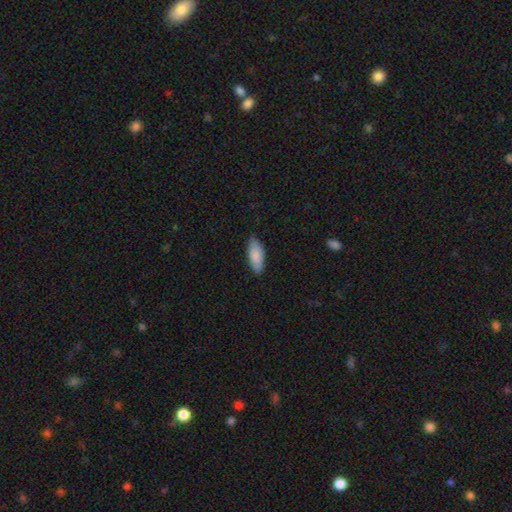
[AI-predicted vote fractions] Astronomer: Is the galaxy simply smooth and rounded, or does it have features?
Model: smooth — 87%.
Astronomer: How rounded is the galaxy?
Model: in between — 81%.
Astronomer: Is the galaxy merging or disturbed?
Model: none — 81%.